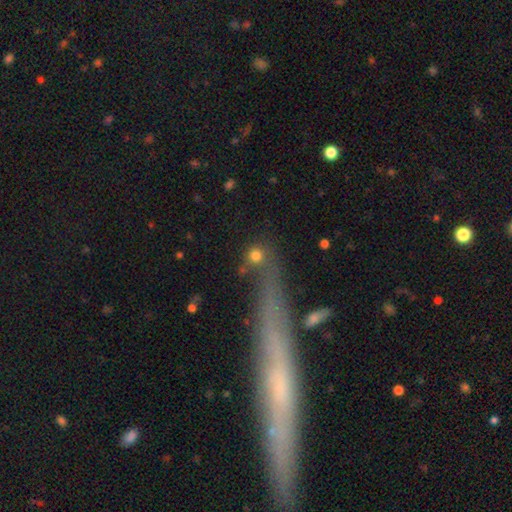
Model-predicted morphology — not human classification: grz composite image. It shows a smooth galaxy with no disk features (73%) that is round (86%). Merging: none (57%).